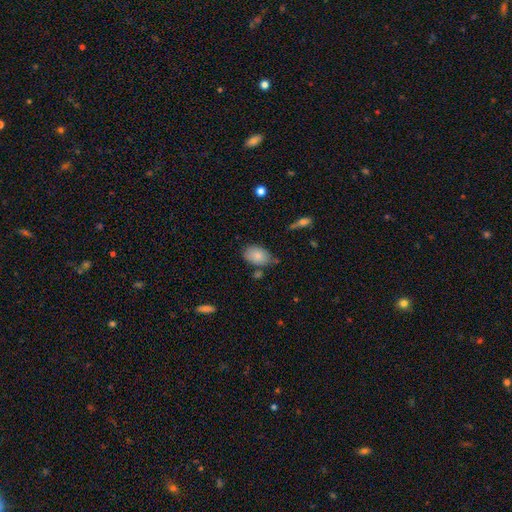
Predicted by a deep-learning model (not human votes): Q: Smooth or featured?
A: smooth (82%); runner-up: featured or disk (10%)
Q: How rounded?
A: in between (87%); runner-up: round (11%)
Q: Merging?
A: none (64%); runner-up: minor disturbance (25%)